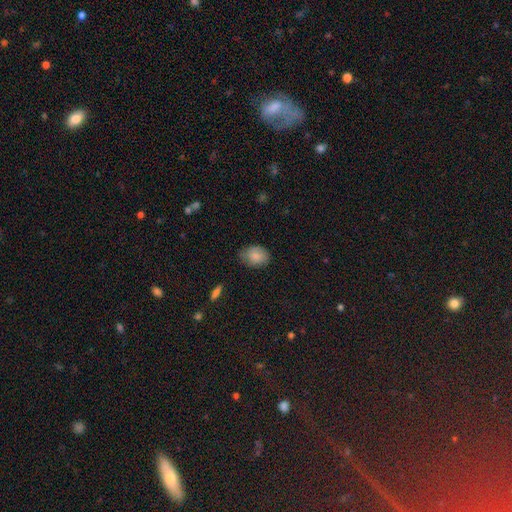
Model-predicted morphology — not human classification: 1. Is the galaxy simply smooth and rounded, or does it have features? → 85% smooth, 8% featured or disk, 7% star or artifact.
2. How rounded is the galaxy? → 70% in between, 29% round, 1% cigar-shaped.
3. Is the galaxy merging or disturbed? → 71% none, 24% minor disturbance, 4% major disturbance, 1% merger.